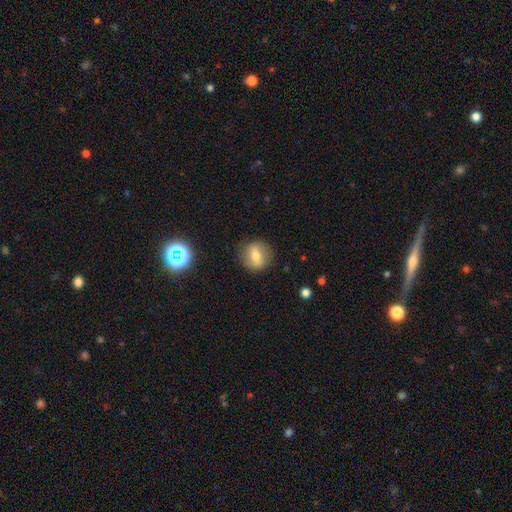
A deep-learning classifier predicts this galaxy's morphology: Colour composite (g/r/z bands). It shows a smooth galaxy with no disk features (58%) that is round (81%). Merging: none (86%).